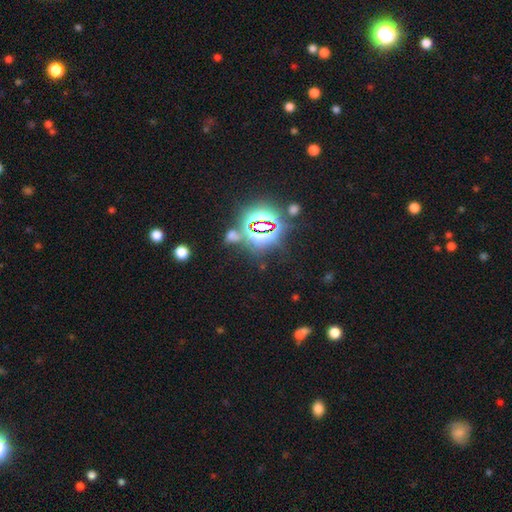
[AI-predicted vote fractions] A star or artifact, not a galaxy (82%).

Vote fractions:
- Smooth or featured? star or artifact: 82% / smooth: 11% / featured or disk: 7%